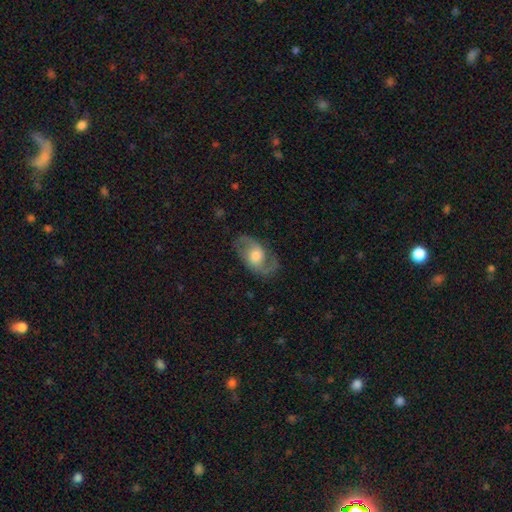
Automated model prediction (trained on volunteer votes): A featured or disk galaxy (75%) with no bar (55%), 2 (88%) medium (49%) spiral arms (88%) and a moderate central bulge (61%).

Vote fractions:
- Smooth or featured? featured or disk: 75% / smooth: 19% / star or artifact: 6%
- Edge-on disk? no: 96% / yes: 4%
- Bar? no: 55% / weak: 36% / strong: 9%
- Spiral arms? yes: 88% / no: 12%
- Spiral winding? medium: 49% / loose: 36% / tight: 15%
- Spiral arm count? 2: 88% / can't tell: 5% / 1: 4% / 3: 1% / 4: 1% / more than 4: 1%
- Bulge size? moderate: 61% / large: 23% / small: 12% / none: 2% / dominant: 2%
- Merging? none: 77% / minor disturbance: 14% / major disturbance: 8% / merger: 1%